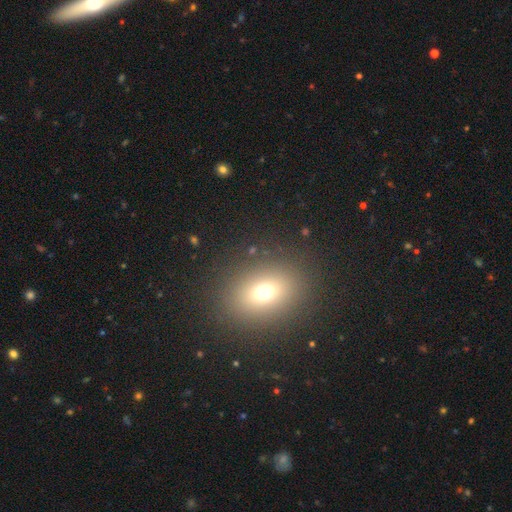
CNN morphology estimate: This appears to be a smooth galaxy with no disk features (67%) that is in between round and cigar-shaped (64%). Merging: none (90%).